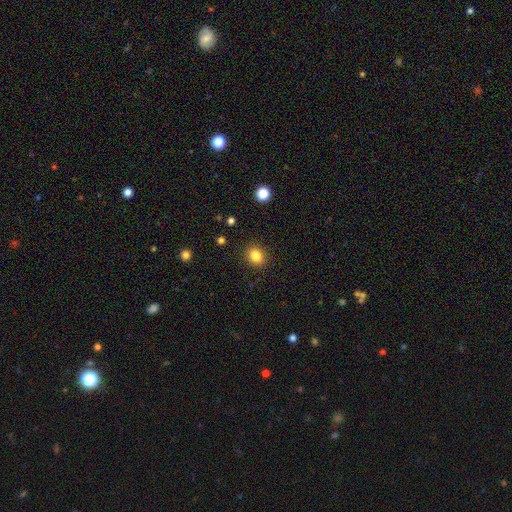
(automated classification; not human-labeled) Smooth or featured? smooth (84%)
How rounded? in between (50%)
Merging? none (89%)